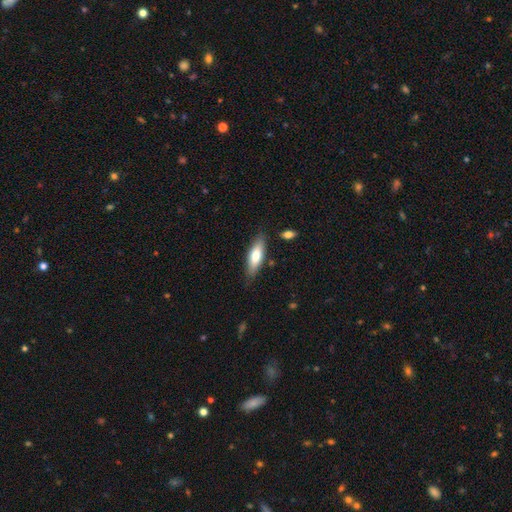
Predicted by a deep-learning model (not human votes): Q: Smooth or featured?
A: smooth (71%); runner-up: featured or disk (23%)
Q: How rounded?
A: in between (53%); runner-up: cigar-shaped (45%)
Q: Merging?
A: none (80%); runner-up: minor disturbance (15%)